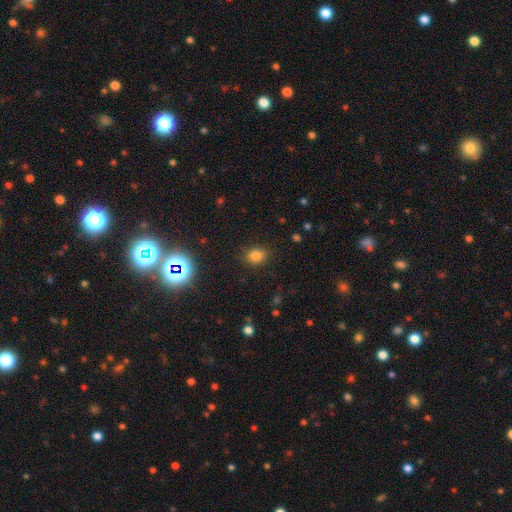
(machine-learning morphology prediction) Smooth or featured? Predicted: smooth (p=0.79). How rounded? Predicted: round (p=0.55). Merging? Predicted: none (p=0.84).